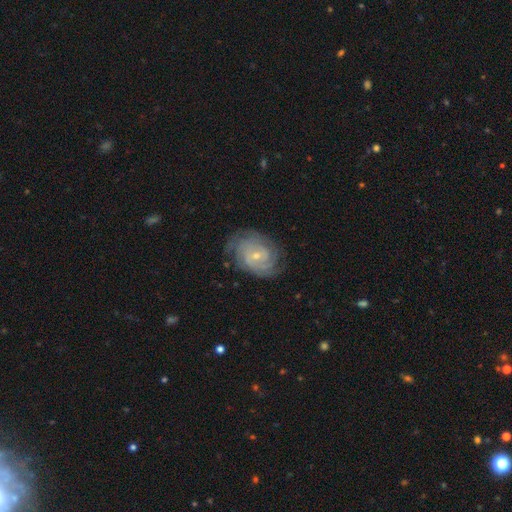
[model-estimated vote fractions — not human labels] Smooth or featured? Predicted: featured or disk (p=0.84). Edge-on disk? Predicted: no (p=0.97). Bar? Predicted: no (p=0.52). Spiral arms? Predicted: yes (p=0.96). Spiral winding? Predicted: tight (p=0.71). Spiral arm count? Predicted: can't tell (p=0.34). Bulge size? Predicted: small (p=0.67). Merging? Predicted: none (p=0.75).